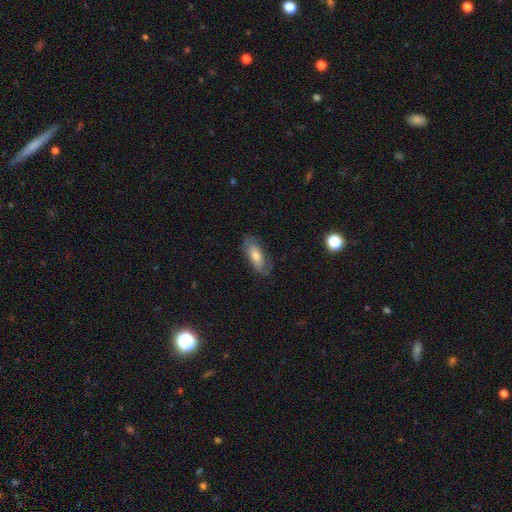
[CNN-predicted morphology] Smooth or featured?
  - smooth: 53% *
  - featured or disk: 39%
  - star or artifact: 8%
How rounded?
  - in between: 80% *
  - cigar-shaped: 16%
  - round: 3%
Merging?
  - none: 72% *
  - minor disturbance: 20%
  - major disturbance: 7%
  - merger: 1%